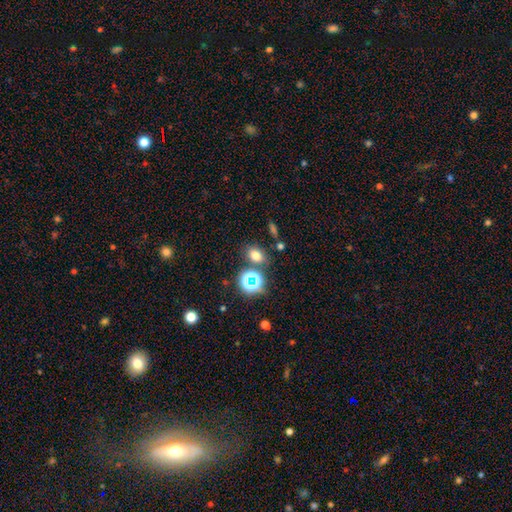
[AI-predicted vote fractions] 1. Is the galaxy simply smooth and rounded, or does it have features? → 70% smooth, 22% star or artifact, 9% featured or disk.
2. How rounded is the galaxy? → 63% in between, 35% round, 1% cigar-shaped.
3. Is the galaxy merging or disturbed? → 75% none, 11% merger, 11% minor disturbance, 4% major disturbance.